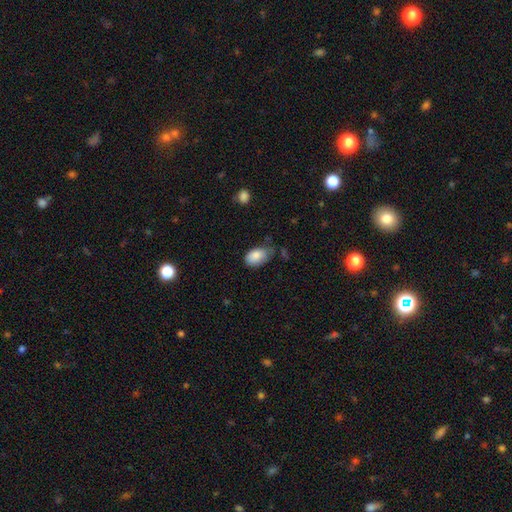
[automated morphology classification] Smooth or featured? smooth (85%)
How rounded? in between (91%)
Merging? none (54%)